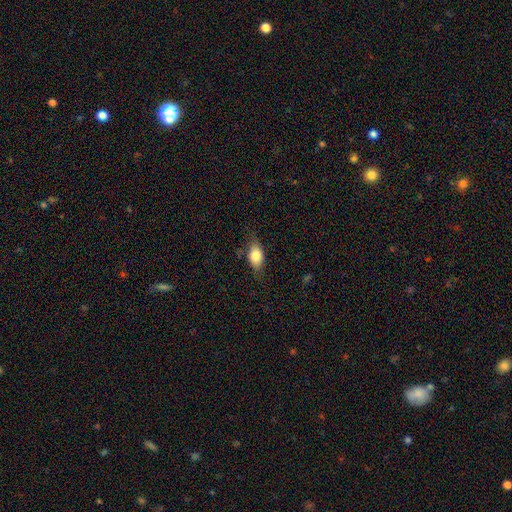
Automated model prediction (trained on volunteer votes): This appears to be a smooth galaxy with no disk features (77%) that is in between round and cigar-shaped (81%). Merging: none (70%).